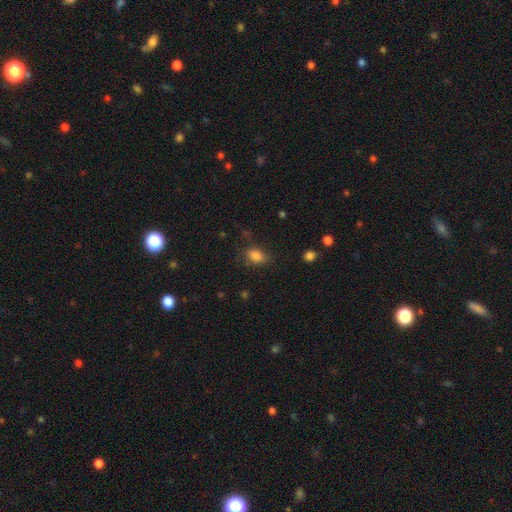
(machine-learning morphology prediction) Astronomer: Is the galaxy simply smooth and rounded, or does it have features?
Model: smooth — 84%.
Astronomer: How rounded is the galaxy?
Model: in between — 74%.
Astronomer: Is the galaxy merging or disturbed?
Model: none — 74%.